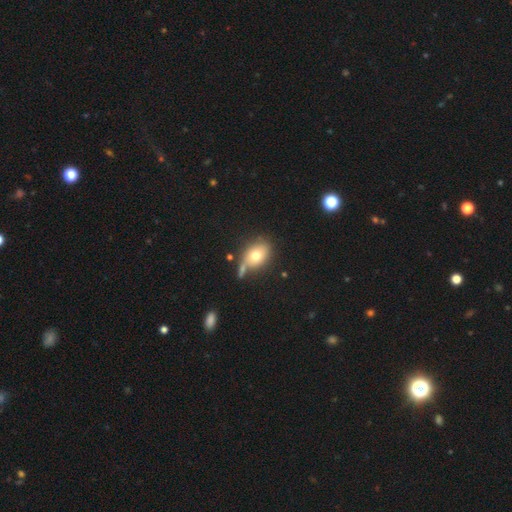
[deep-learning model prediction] Overall: smooth (73%). How rounded: in between (70%). Merging: none (53%; minor disturbance 20%).